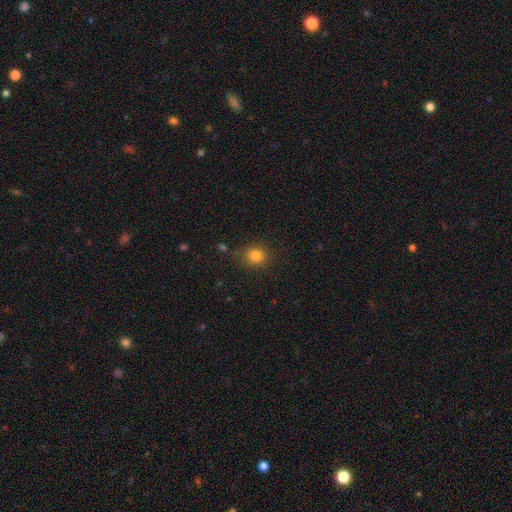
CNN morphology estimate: type=smooth (82%); roundness=round (83%); merging=none (86%).